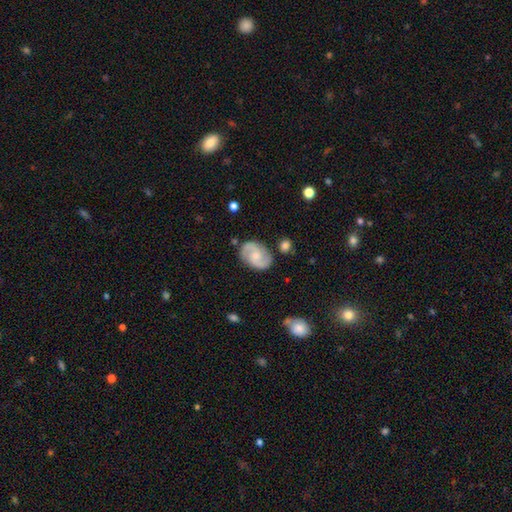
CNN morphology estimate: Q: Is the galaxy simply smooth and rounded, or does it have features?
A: featured or disk — 79%.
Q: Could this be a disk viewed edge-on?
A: no — 98%.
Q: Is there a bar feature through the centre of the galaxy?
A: no — 54%.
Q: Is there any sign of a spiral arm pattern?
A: yes — 96%.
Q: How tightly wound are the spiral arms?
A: medium — 53%.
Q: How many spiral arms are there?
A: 2 — 92%.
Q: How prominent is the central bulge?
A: small — 43%.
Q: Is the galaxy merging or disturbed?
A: none — 80%.